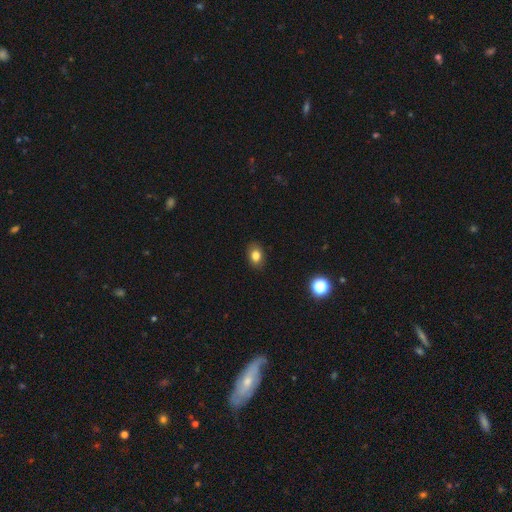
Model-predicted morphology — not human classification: smooth-or-featured: smooth: 82% | star or artifact: 11% | featured or disk: 7%
  how-rounded: in between: 69% | round: 30% | cigar-shaped: 1%
  merging: none: 88% | minor disturbance: 9% | major disturbance: 2% | merger: 1%